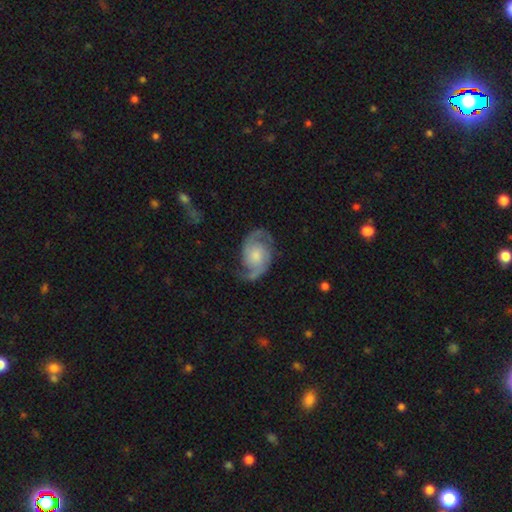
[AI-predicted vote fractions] Smooth or featured: featured or disk — 88% (smooth — 8%)
Edge-on disk: no — 98% (yes — 2%)
Bar: no — 67% (weak — 28%)
Spiral arms: yes — 97% (no — 3%)
Spiral winding: medium — 53% (tight — 24%)
Spiral arm count: 2 — 91% (can't tell — 3%)
Bulge size: moderate — 43% (small — 36%)
Merging: none — 73% (minor disturbance — 18%)